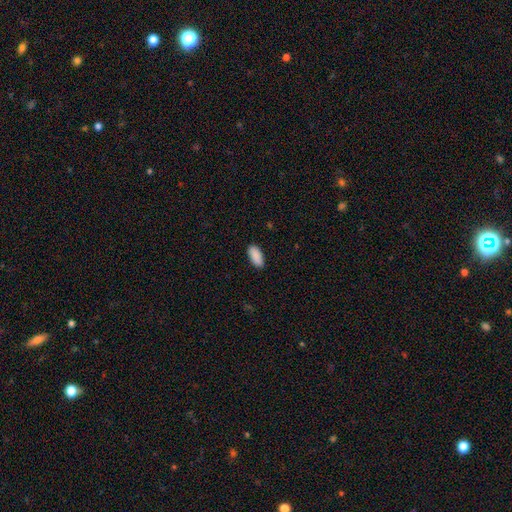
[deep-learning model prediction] smooth 91%, star or artifact 6%, featured or disk 3%. Down the decision tree: how rounded — in between (90%); merging — none (87%).